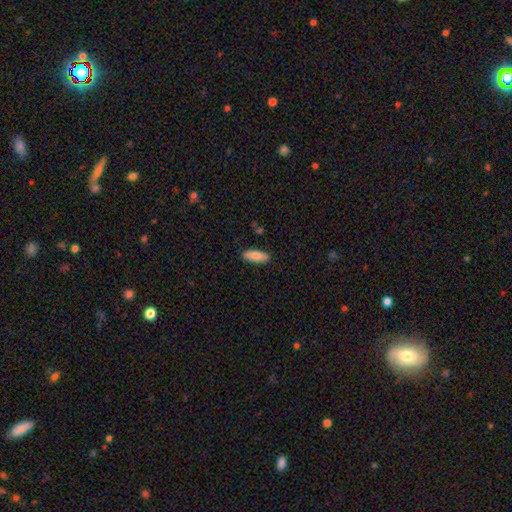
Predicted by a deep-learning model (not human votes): smooth 86%, featured or disk 9%, star or artifact 6%. Down the decision tree: how rounded — in between (62%); merging — none (88%).